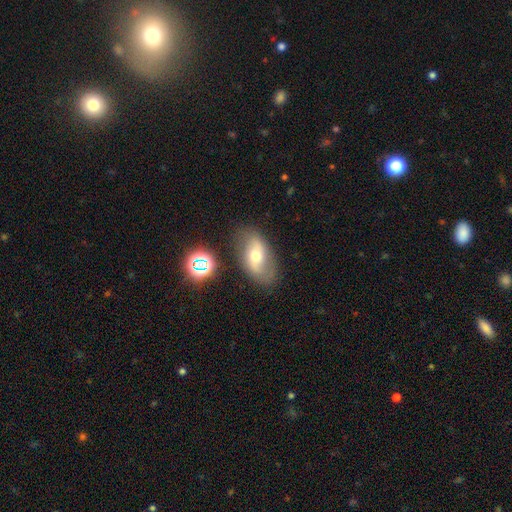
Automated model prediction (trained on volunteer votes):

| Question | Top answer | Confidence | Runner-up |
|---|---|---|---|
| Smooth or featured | featured or disk | 49% | smooth (39%) |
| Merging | none | 74% | minor disturbance (18%) |